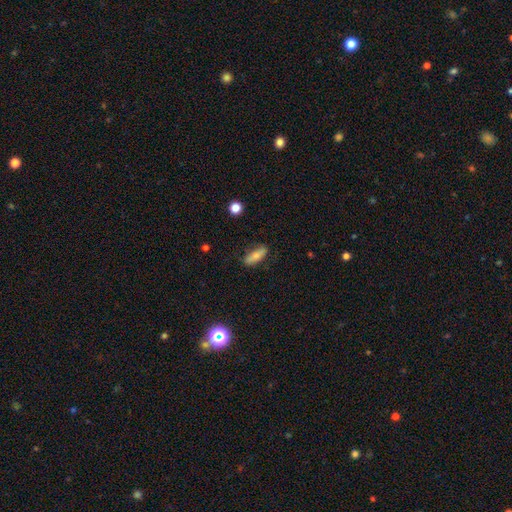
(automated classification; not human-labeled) Smooth or featured: smooth — 76% (featured or disk — 17%)
How rounded: in between — 59% (cigar-shaped — 38%)
Merging: none — 81% (minor disturbance — 15%)